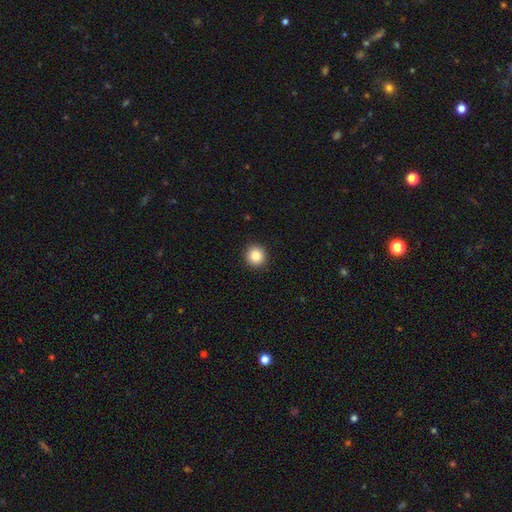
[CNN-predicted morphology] Smooth or featured? smooth (85%)
How rounded? round (93%)
Merging? none (93%)